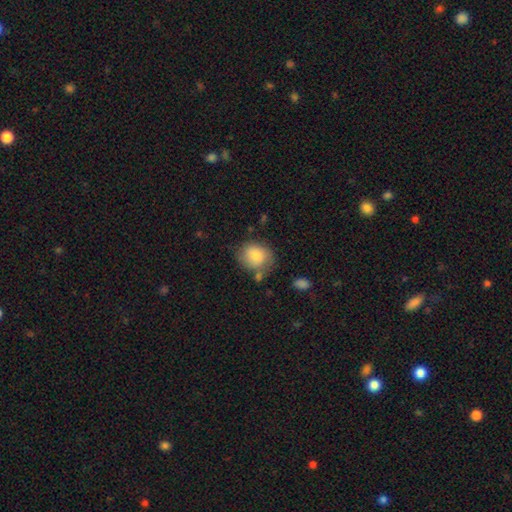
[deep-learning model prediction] Morphology: type=smooth (78%); roundness=round (65%); merging=none (60%).